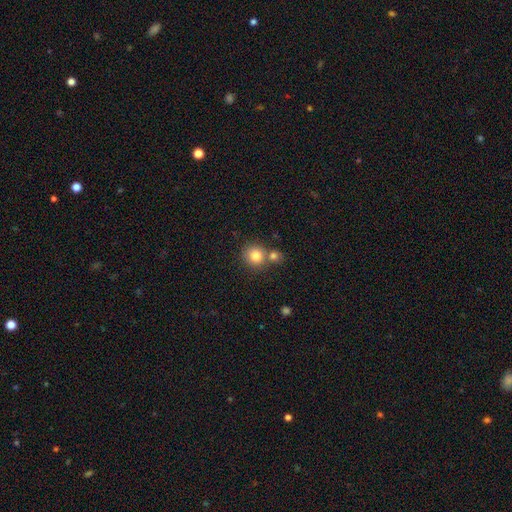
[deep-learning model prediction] A smooth galaxy with no disk features (81%) that is round (86%). Merging: none (56%).